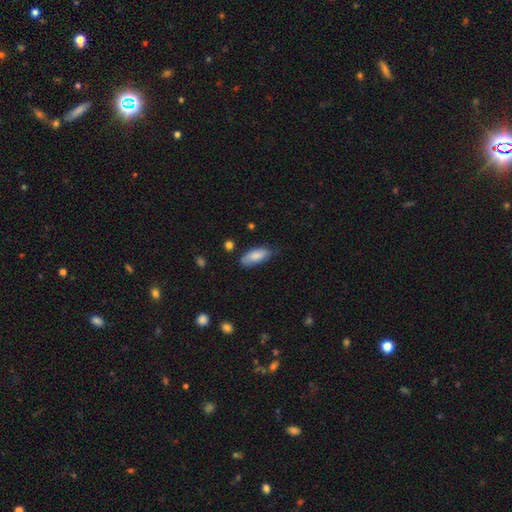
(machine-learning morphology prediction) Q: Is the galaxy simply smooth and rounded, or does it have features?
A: smooth — 84%.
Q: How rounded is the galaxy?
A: in between — 80%.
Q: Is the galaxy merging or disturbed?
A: none — 70%.